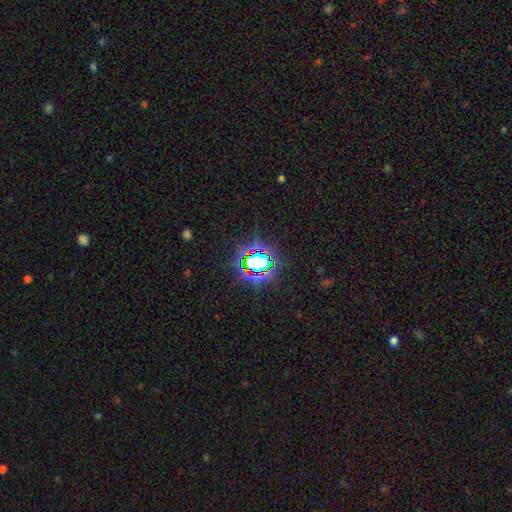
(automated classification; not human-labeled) Smooth or featured? star or artifact (76%)